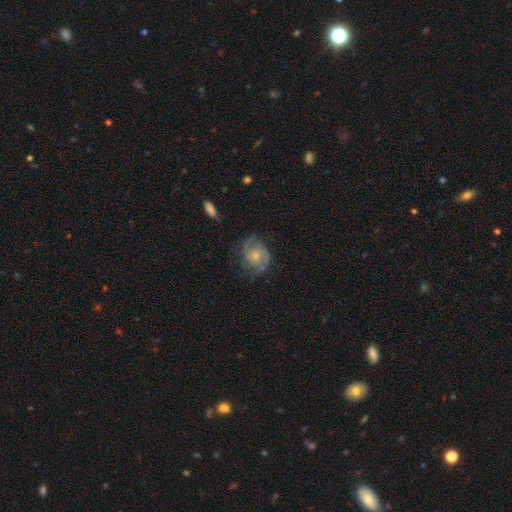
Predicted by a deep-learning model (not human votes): Smooth or featured? Predicted: featured or disk (p=0.75). Edge-on disk? Predicted: no (p=0.98). Bar? Predicted: no (p=0.73). Spiral arms? Predicted: yes (p=0.92). Spiral winding? Predicted: medium (p=0.48). Spiral arm count? Predicted: 2 (p=0.76). Bulge size? Predicted: small (p=0.62). Merging? Predicted: none (p=0.63).